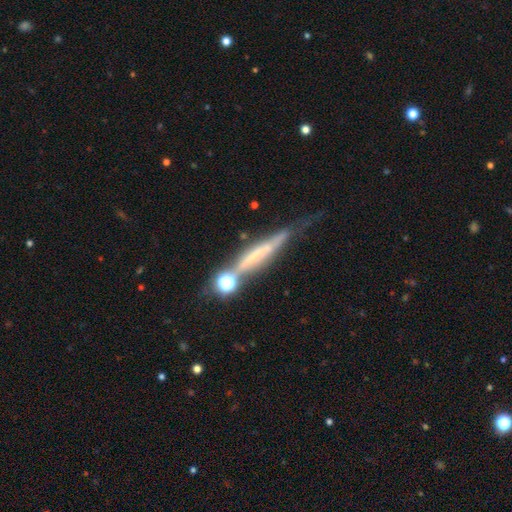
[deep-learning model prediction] Smooth or featured? featured or disk (63%)
Edge-on disk? yes (87%)
Edge-on bulge? none (50%)
Merging? none (51%)